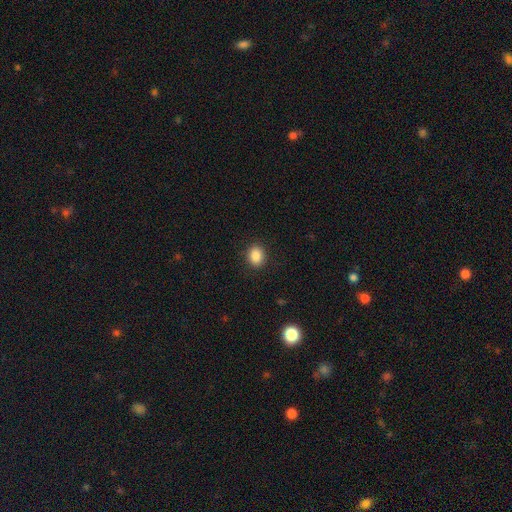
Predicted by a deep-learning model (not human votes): smooth 87%, star or artifact 9%, featured or disk 4%. Down the decision tree: how rounded — in between (52%); merging — none (90%).